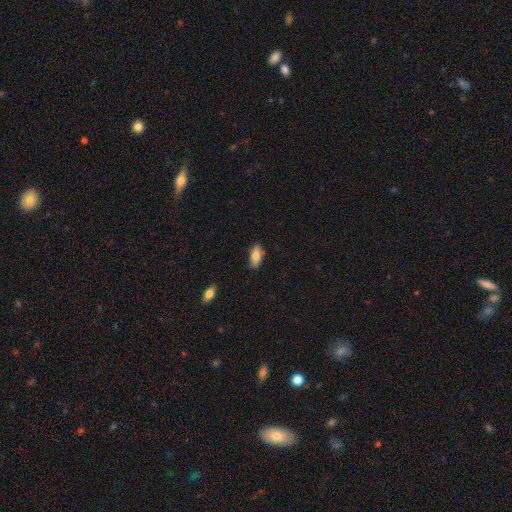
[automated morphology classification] smooth_or_featured: smooth (p=0.76) [alt: featured or disk p=0.17]
how_rounded: in between (p=0.83) [alt: cigar-shaped p=0.14]
merging: none (p=0.81) [alt: minor disturbance p=0.15]